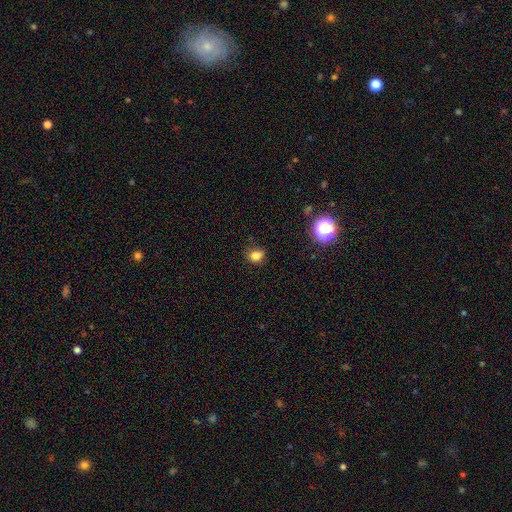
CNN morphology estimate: Smooth or featured: smooth — 79% (star or artifact — 15%)
How rounded: round — 53% (in between — 46%)
Merging: none — 72% (minor disturbance — 20%)